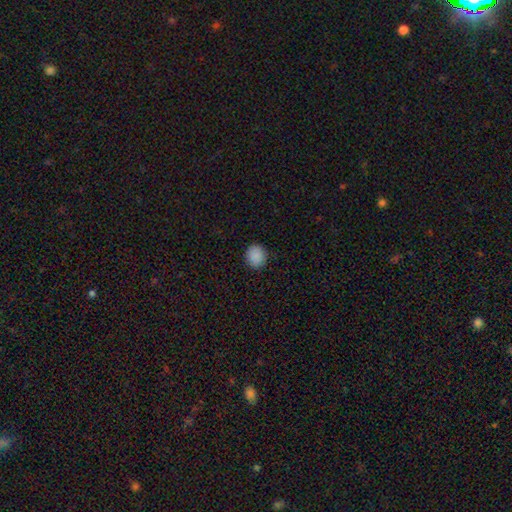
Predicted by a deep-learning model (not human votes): Q: Smooth or featured?
A: smooth (88%); runner-up: star or artifact (9%)
Q: How rounded?
A: round (77%); runner-up: in between (22%)
Q: Merging?
A: none (89%); runner-up: minor disturbance (8%)